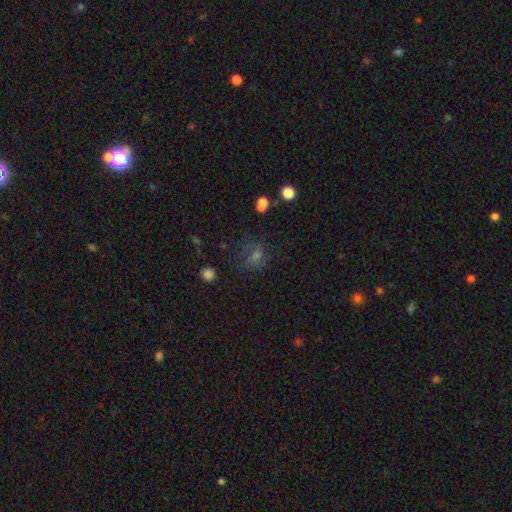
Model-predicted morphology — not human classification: Smooth or featured? Predicted: smooth (p=0.40). Merging? Predicted: none (p=0.59).